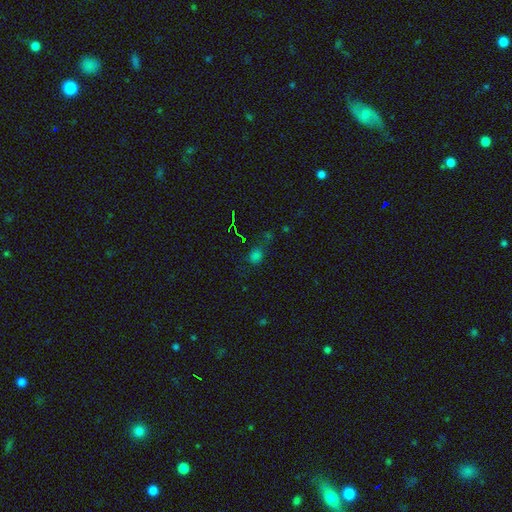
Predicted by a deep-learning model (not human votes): Smooth or featured? Predicted: smooth (p=0.61). How rounded? Predicted: round (p=0.62). Merging? Predicted: none (p=0.66).